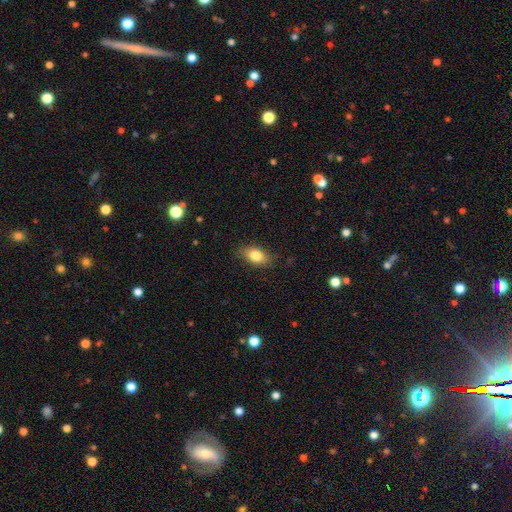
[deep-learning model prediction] This appears to be a smooth galaxy with no disk features (81%) that is in between round and cigar-shaped (85%). Merging: none (79%).